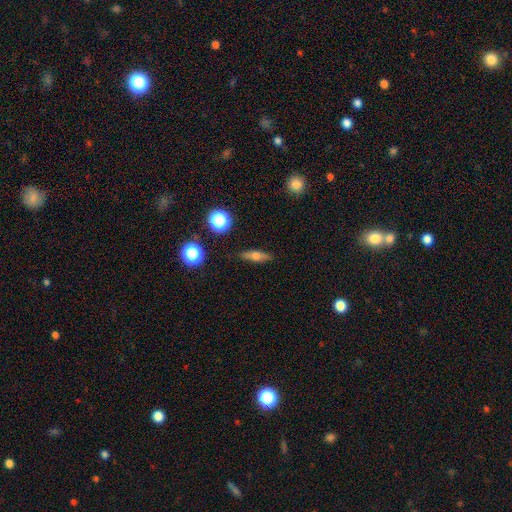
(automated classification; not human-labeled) smooth 55%, featured or disk 34%, star or artifact 11%. Down the decision tree: how rounded — cigar-shaped (55%); merging — none (86%).